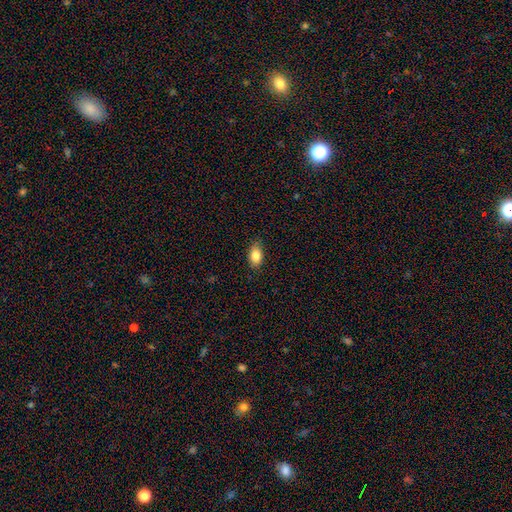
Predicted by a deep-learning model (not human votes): Overall: smooth (86%). How rounded: in between (89%). Merging: none (82%).